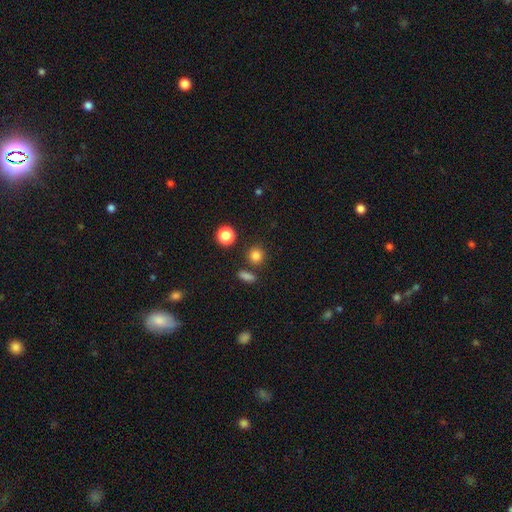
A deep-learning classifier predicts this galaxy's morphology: Smooth or featured: smooth — 81% (star or artifact — 14%)
How rounded: round — 88% (in between — 11%)
Merging: none — 82% (merger — 8%)